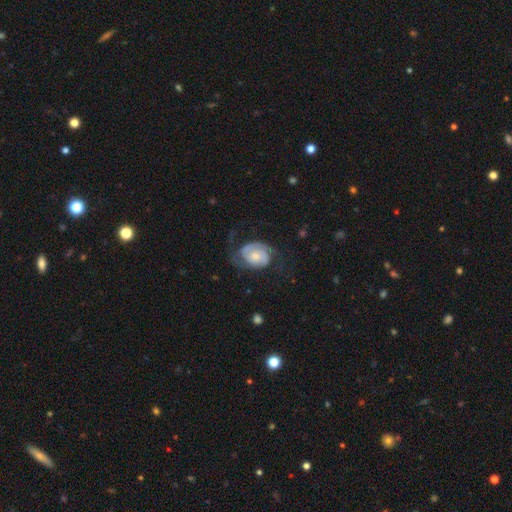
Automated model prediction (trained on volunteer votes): This is likely a featured or disk galaxy (73%). It is clearly not viewed edge-on (97%). Bar: likely no (67%). Spiral arm pattern: clearly yes (93%). Spiral arm count: likely 2 (77%). Spiral winding: marginally tight (44%). Central bulge: marginally moderate (43%). Merging: possibly none (56%).